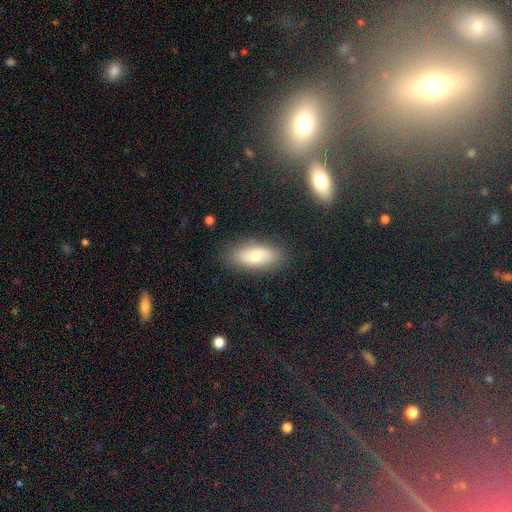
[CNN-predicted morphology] Smooth or featured? Predicted: smooth (p=0.63). How rounded? Predicted: in between (p=0.86). Merging? Predicted: none (p=0.83).